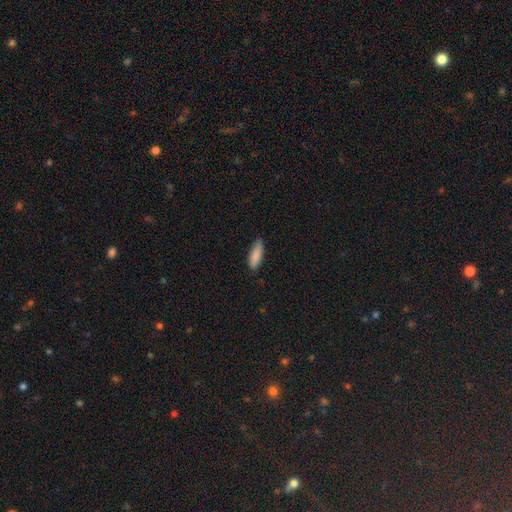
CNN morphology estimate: Smooth or featured? Predicted: smooth (p=0.88). How rounded? Predicted: in between (p=0.54). Merging? Predicted: none (p=0.82).